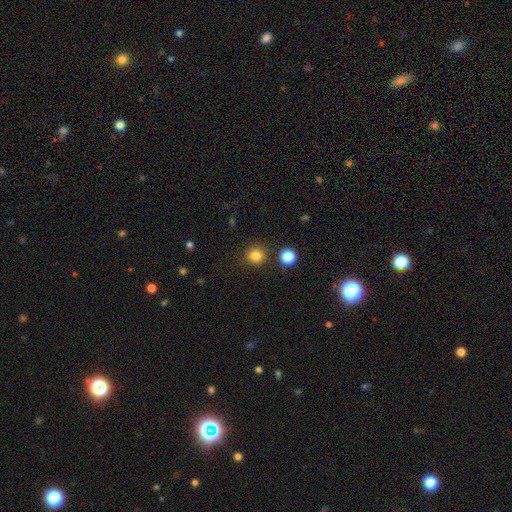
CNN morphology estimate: Overall: smooth (82%). How rounded: round (92%). Merging: none (87%).